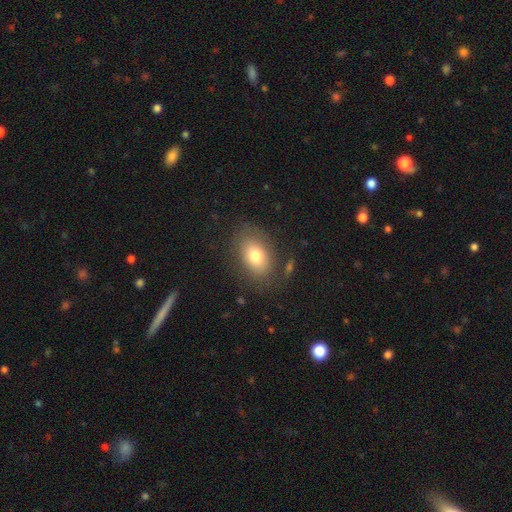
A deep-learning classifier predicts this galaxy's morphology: The model was most divided on "smooth or featured": smooth: 77%, featured or disk: 14%, star or artifact: 9%. More confident: how rounded — in between (81%); merging — none (78%).